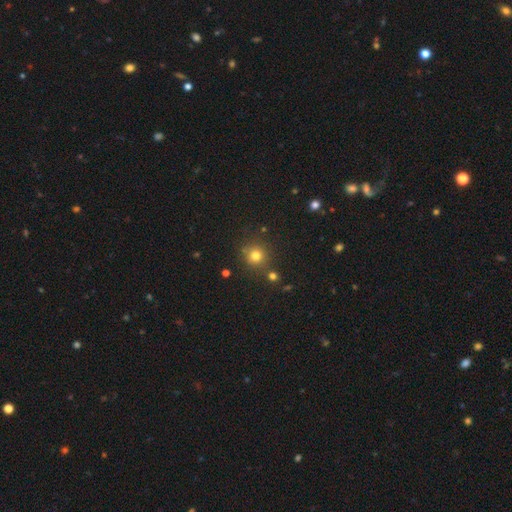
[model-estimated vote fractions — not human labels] A smooth galaxy with no disk features (77%) that is round (92%). Merging: none (81%).